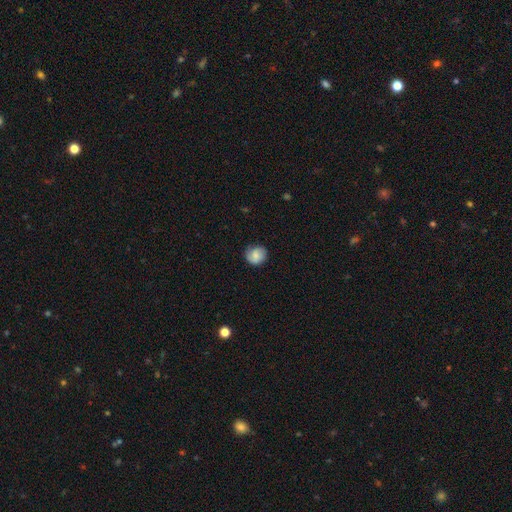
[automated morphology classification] smooth-or-featured: smooth: 75% | featured or disk: 18% | star or artifact: 8%
  how-rounded: round: 84% | in between: 15% | cigar-shaped: 1%
  merging: none: 78% | minor disturbance: 17% | major disturbance: 4% | merger: 1%